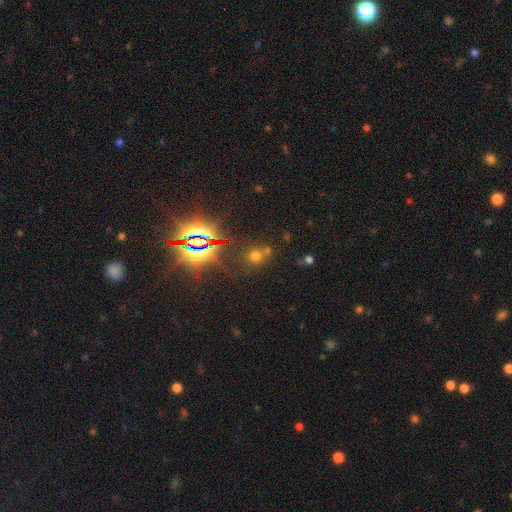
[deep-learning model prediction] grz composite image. It shows a smooth galaxy with no disk features (51%) that is round (79%). Merging: none (64%).